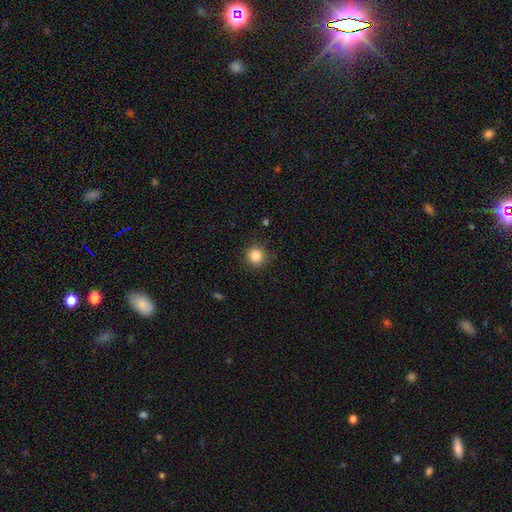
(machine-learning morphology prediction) Smooth or featured? Predicted: smooth (p=0.85). How rounded? Predicted: round (p=0.94). Merging? Predicted: none (p=0.90).